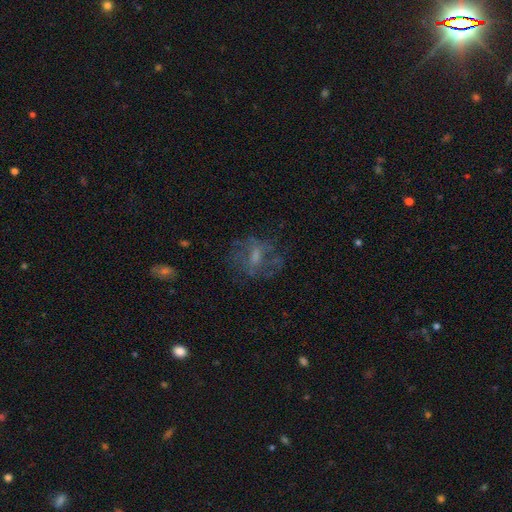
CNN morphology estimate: The model was most divided on "smooth or featured": featured or disk: 48%, smooth: 33%, star or artifact: 19%. More confident: merging — none (64%).